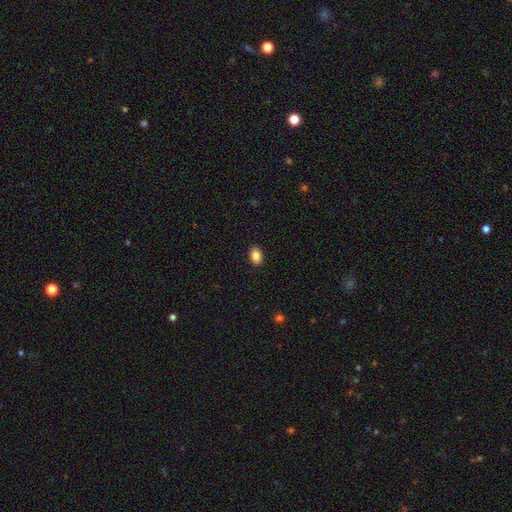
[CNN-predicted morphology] smooth-or-featured: smooth: 88% | star or artifact: 9% | featured or disk: 3%
  how-rounded: in between: 82% | round: 17% | cigar-shaped: 1%
  merging: none: 90% | minor disturbance: 7% | major disturbance: 2% | merger: 1%